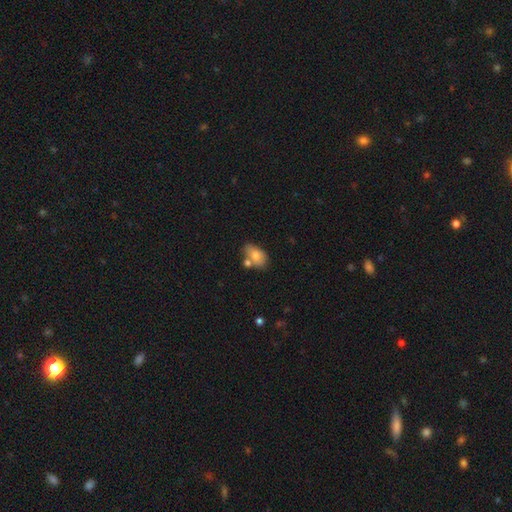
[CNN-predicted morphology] Smooth or featured? smooth (75%)
How rounded? in between (87%)
Merging? none (51%)